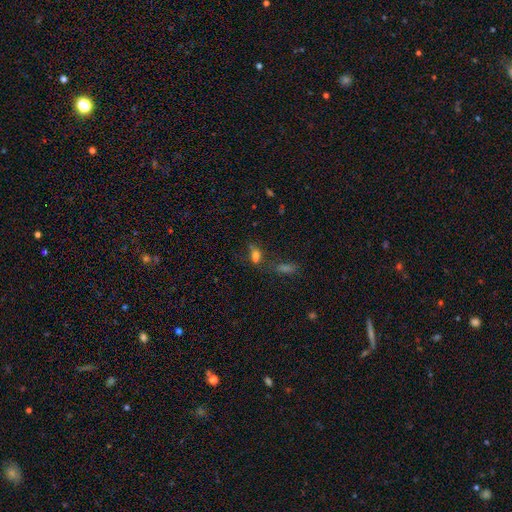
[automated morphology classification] smooth 63%, star or artifact 26%, featured or disk 12%. Down the decision tree: how rounded — in between (73%); merging — none (42%).